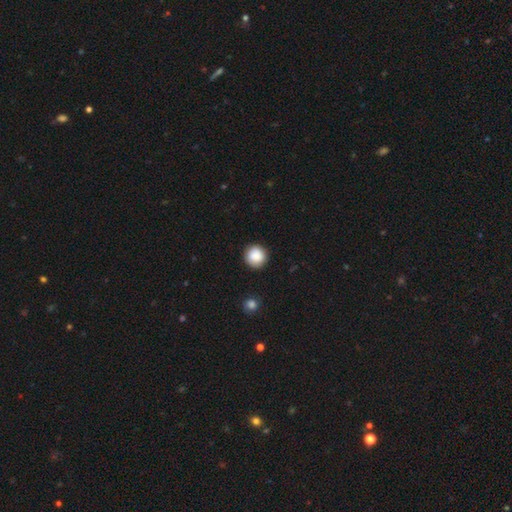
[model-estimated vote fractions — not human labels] smooth 88%, star or artifact 8%, featured or disk 4%. Down the decision tree: how rounded — round (94%); merging — none (90%).